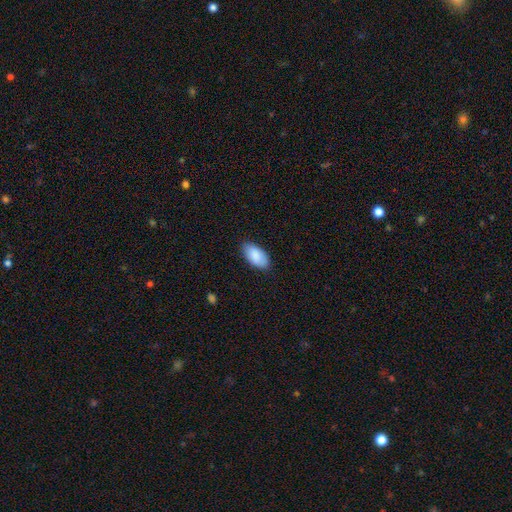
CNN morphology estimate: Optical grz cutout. It shows a smooth galaxy with no disk features (88%) that is in between round and cigar-shaped (95%). Merging: none (84%).